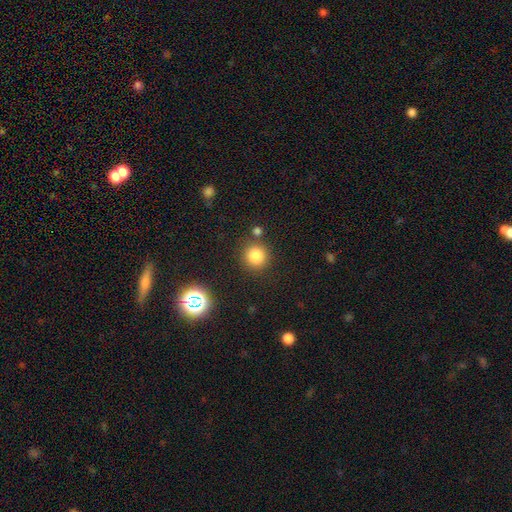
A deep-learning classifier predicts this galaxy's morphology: Smooth or featured: smooth — 82% (star or artifact — 13%)
How rounded: round — 92% (in between — 7%)
Merging: none — 82% (minor disturbance — 8%)